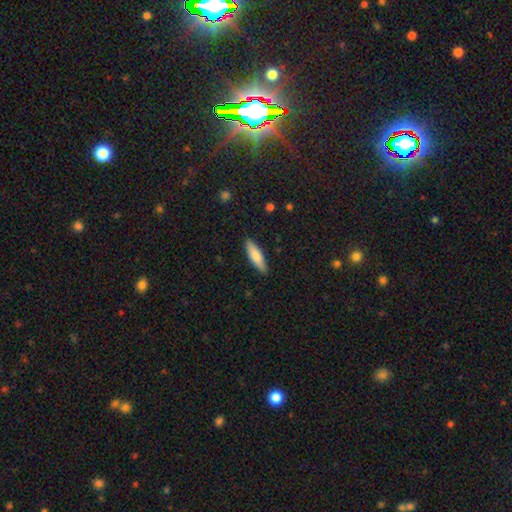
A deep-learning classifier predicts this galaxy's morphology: The model was most divided on "how rounded": cigar-shaped: 62%, in between: 37%, round: 2%. More confident: merging — none (89%); smooth or featured — smooth (81%).